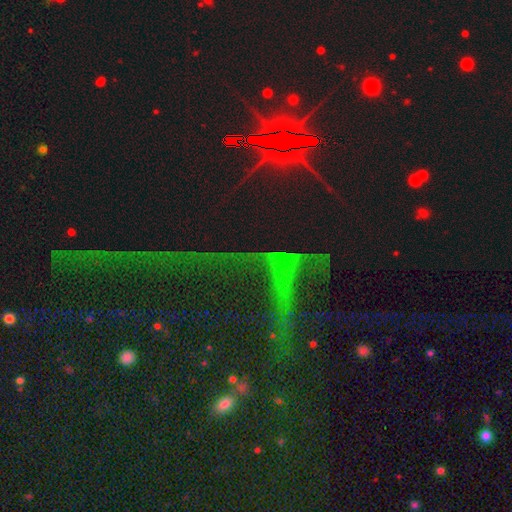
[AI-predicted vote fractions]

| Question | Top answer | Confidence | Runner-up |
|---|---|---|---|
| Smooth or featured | star or artifact | 77% | featured or disk (12%) |